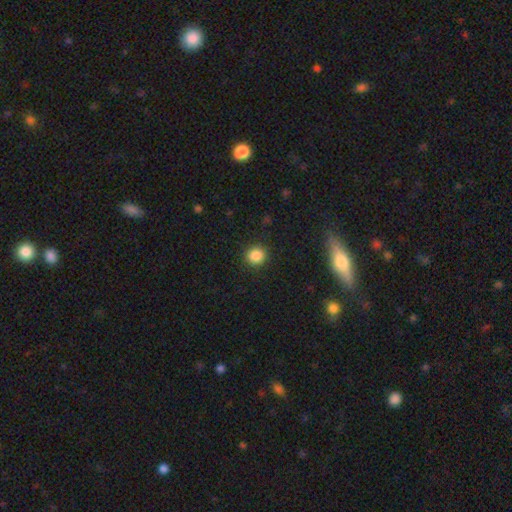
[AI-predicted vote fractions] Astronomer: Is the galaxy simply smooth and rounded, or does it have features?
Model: smooth — 86%.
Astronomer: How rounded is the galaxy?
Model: round — 89%.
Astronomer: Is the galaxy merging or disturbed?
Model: none — 91%.